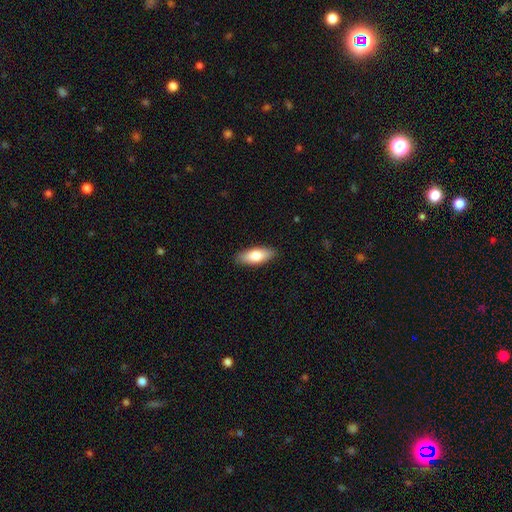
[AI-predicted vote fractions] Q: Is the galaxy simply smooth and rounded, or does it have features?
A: smooth — 79%.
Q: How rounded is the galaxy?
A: in between — 76%.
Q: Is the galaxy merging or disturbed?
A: none — 89%.